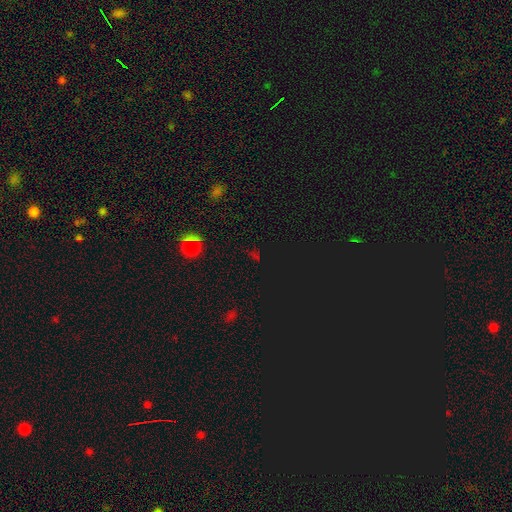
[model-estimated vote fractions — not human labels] smooth-or-featured: star or artifact: 73% | smooth: 19% | featured or disk: 7%